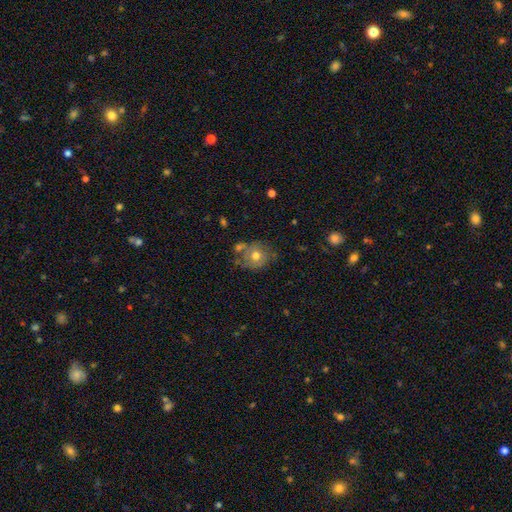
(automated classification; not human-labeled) Smooth or featured?
  - smooth: 59% *
  - featured or disk: 31%
  - star or artifact: 11%
How rounded?
  - round: 74% *
  - in between: 25%
  - cigar-shaped: 1%
Merging?
  - none: 58% *
  - minor disturbance: 21%
  - merger: 12%
  - major disturbance: 9%